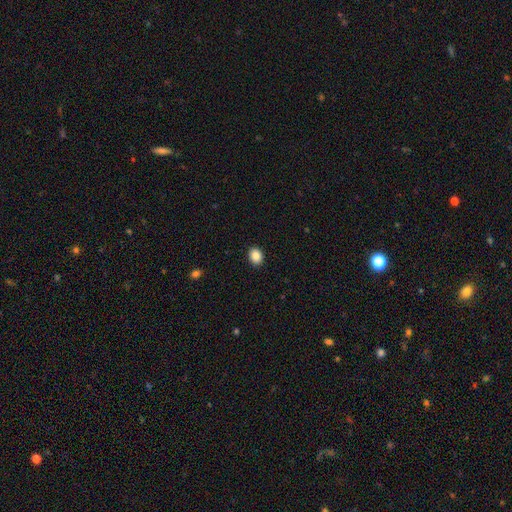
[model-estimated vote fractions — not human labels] Morphology: type=smooth (88%); roundness=in between (57%); merging=none (91%).